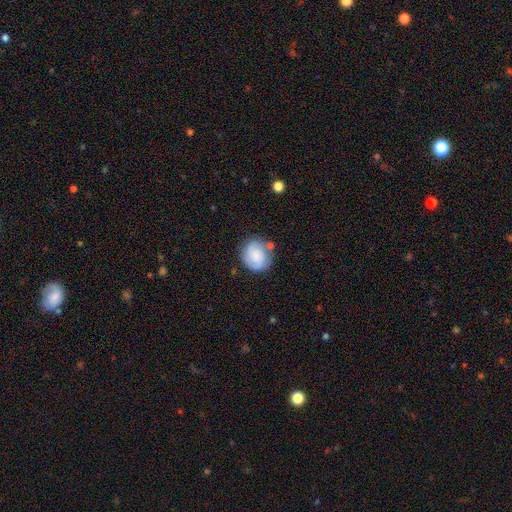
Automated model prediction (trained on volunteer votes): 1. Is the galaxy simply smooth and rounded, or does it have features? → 64% smooth, 29% featured or disk, 8% star or artifact.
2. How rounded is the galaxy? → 75% round, 24% in between, 1% cigar-shaped.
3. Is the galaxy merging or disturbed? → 65% none, 21% minor disturbance, 7% major disturbance, 7% merger.